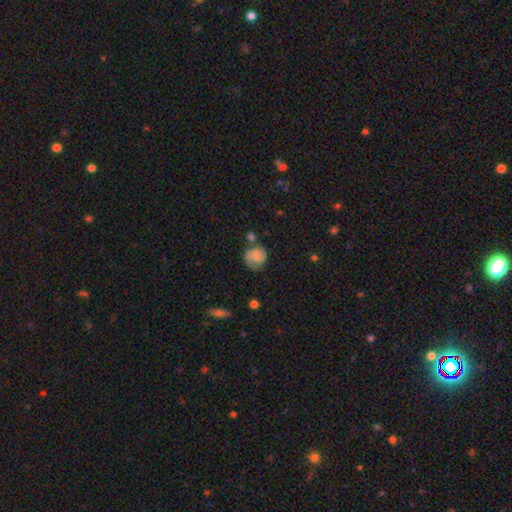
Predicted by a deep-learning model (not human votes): Smooth or featured?
  - featured or disk: 46% * (tied)
  - smooth: 46% * (tied)
  - star or artifact: 9%
Merging?
  - none: 59% *
  - minor disturbance: 23%
  - major disturbance: 9%
  - merger: 8%